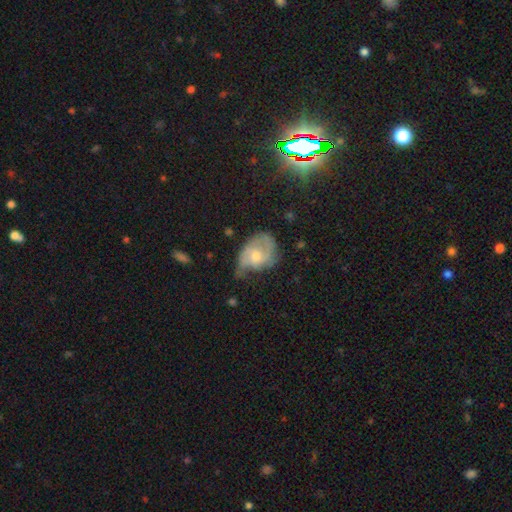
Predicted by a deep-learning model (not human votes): This is possibly a featured or disk galaxy (55%). It is clearly not viewed edge-on (96%). Bar: likely no (68%). Spiral arm pattern: likely yes (77%). Central bulge: possibly moderate (55%). Merging: marginally minor disturbance (39%).